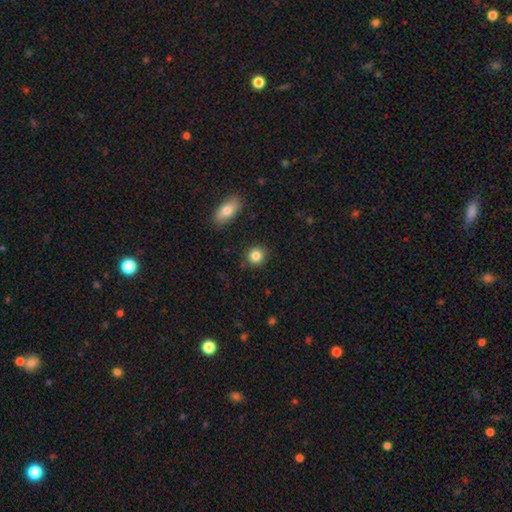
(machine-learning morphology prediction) A smooth galaxy with no disk features (85%) that is round (88%).

Vote fractions:
- Smooth or featured? smooth: 85% / star or artifact: 10% / featured or disk: 6%
- How rounded? round: 88% / in between: 11% / cigar-shaped: 1%
- Merging? none: 88% / minor disturbance: 7% / major disturbance: 2% / merger: 2%